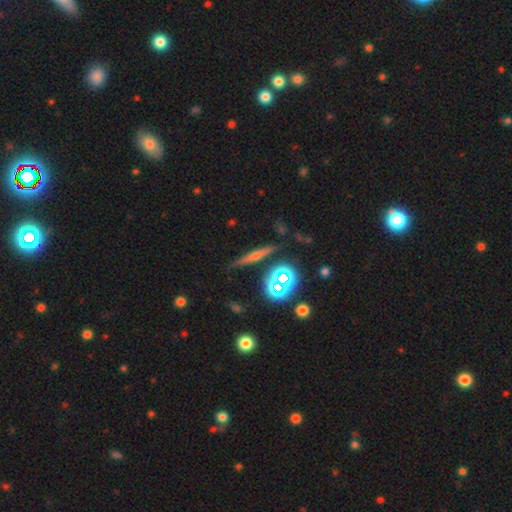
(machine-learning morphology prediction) featured or disk 48%, smooth 32%, star or artifact 20%. Down the decision tree: merging — none (83%).